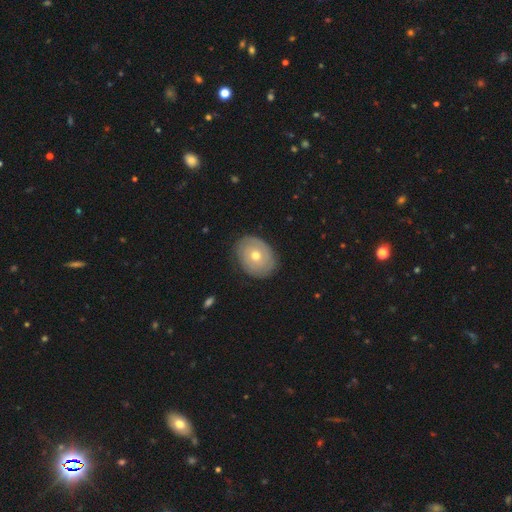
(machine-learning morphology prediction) A featured or disk galaxy (54%) with no bar (89%), spiral arms (52%) and a moderate central bulge (68%).

Vote fractions:
- Smooth or featured? featured or disk: 54% / smooth: 39% / star or artifact: 7%
- Edge-on disk? no: 94% / yes: 6%
- Bar? no: 89% / weak: 9% / strong: 2%
- Spiral arms? yes: 52% / no: 48%
- Bulge size? moderate: 68% / small: 28% / large: 2% / dominant: 1% / none: 1%
- Merging? none: 83% / minor disturbance: 13% / major disturbance: 3% / merger: 1%